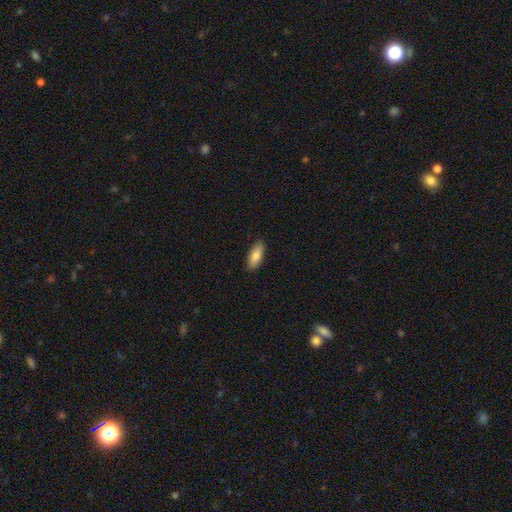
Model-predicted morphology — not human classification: Smooth or featured? smooth (83%)
How rounded? in between (80%)
Merging? none (88%)